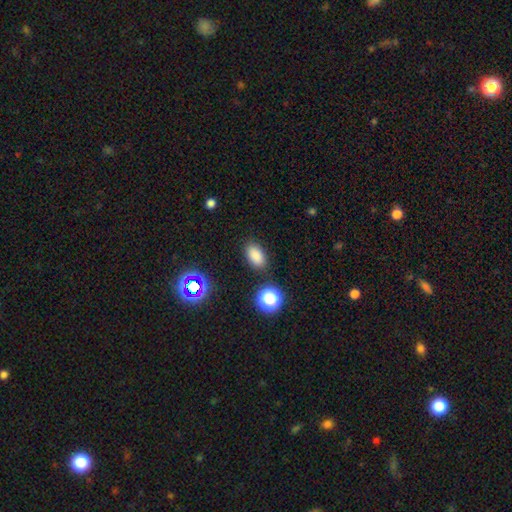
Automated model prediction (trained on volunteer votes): smooth-or-featured: smooth: 82% | star or artifact: 13% | featured or disk: 5%
  how-rounded: in between: 88% | round: 10% | cigar-shaped: 2%
  merging: none: 84% | minor disturbance: 10% | major disturbance: 3% | merger: 3%